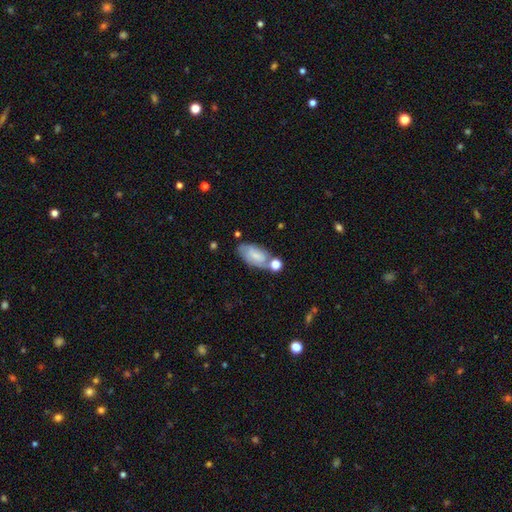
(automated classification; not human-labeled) Overall: smooth (56%; featured or disk 36%). How rounded: in between (90%). Merging: none (49%; minor disturbance 22%).